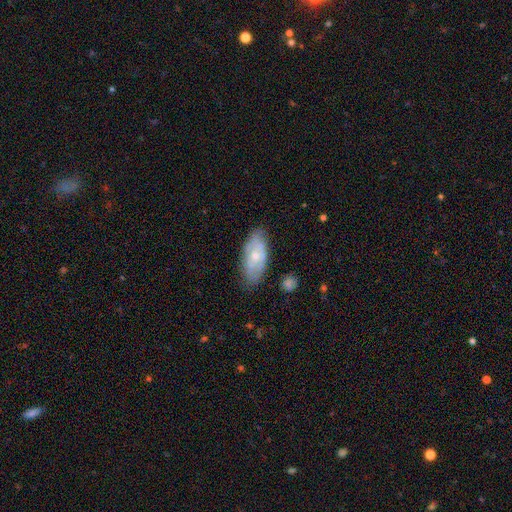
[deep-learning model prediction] This appears to be a featured or disk galaxy (51%). Merging: none (73%).